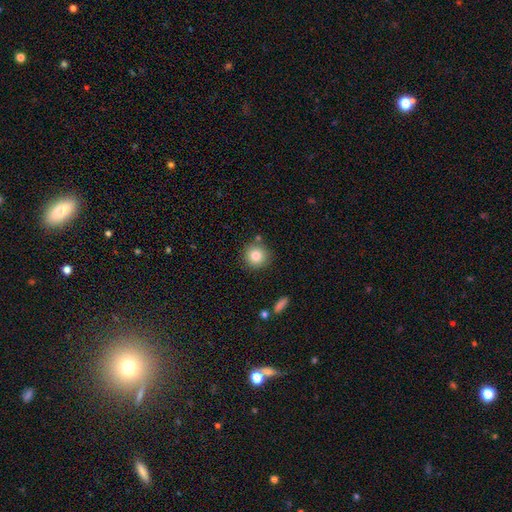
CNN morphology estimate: This is clearly a smooth galaxy (83%). How rounded: clearly round (93%). Merging: clearly none (81%).